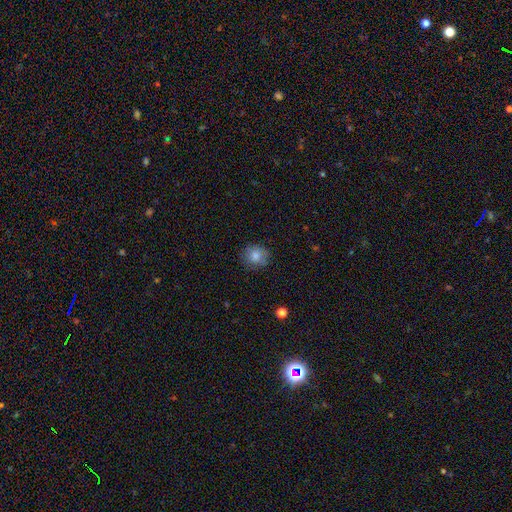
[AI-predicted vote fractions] A smooth galaxy with no disk features (81%) that is round (83%).

Vote fractions:
- Smooth or featured? smooth: 81% / featured or disk: 10% / star or artifact: 9%
- How rounded? round: 83% / in between: 16% / cigar-shaped: 1%
- Merging? none: 79% / minor disturbance: 16% / major disturbance: 4% / merger: 1%